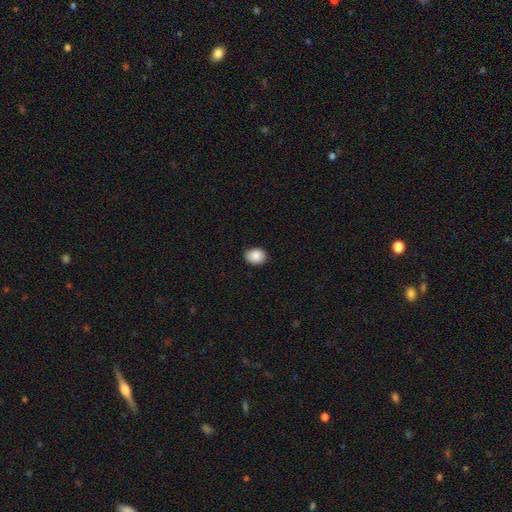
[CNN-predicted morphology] smooth_or_featured: smooth (p=0.89) [alt: star or artifact p=0.08]
how_rounded: in between (p=0.54) [alt: round p=0.45]
merging: none (p=0.85) [alt: minor disturbance p=0.12]